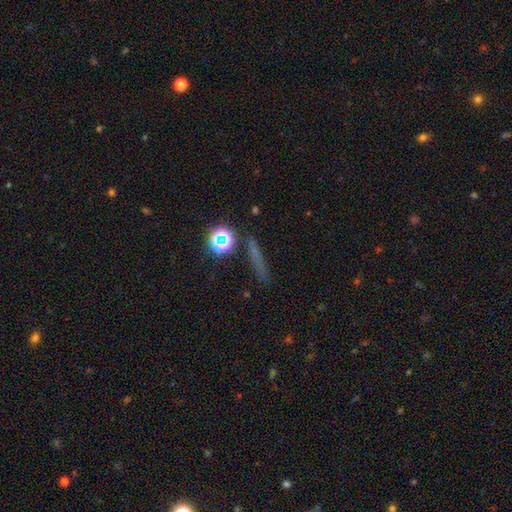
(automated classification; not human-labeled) This appears to be a smooth galaxy with no disk features (43%). Merging: none (83%).